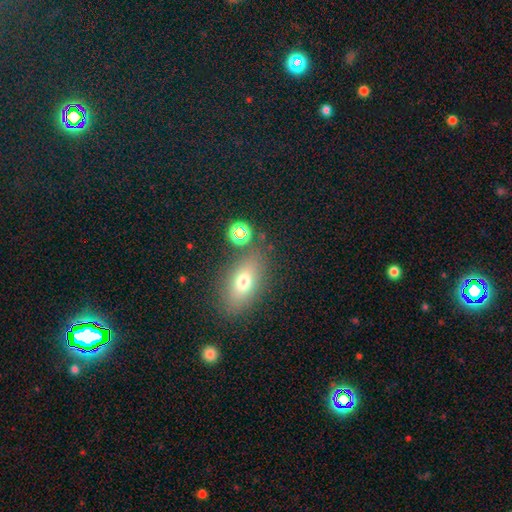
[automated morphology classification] A smooth galaxy with no disk features (64%) that is in between round and cigar-shaped (77%). Merging: none (80%).